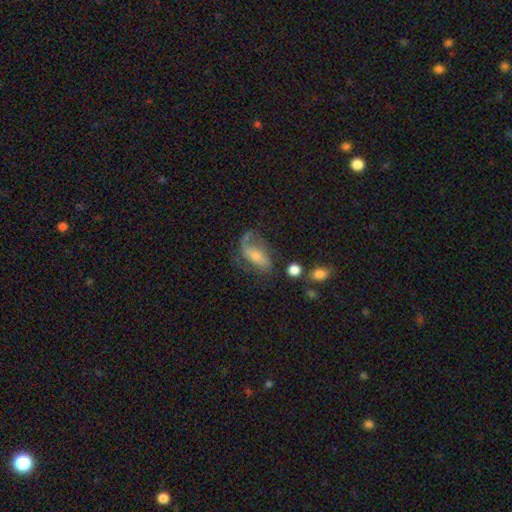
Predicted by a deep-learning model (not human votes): A featured or disk galaxy (61%) with no bar (51%), spiral arms (78%) and a small central bulge (55%). Merging: none (41%).